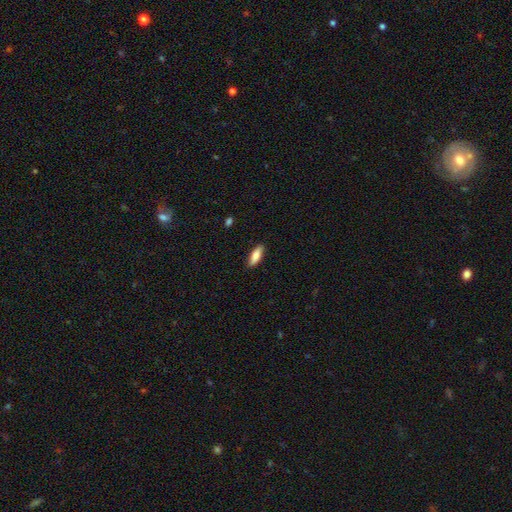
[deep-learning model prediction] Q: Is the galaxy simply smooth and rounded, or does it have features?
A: smooth — 81%.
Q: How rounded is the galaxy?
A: in between — 60%.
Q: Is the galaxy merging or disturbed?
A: none — 88%.